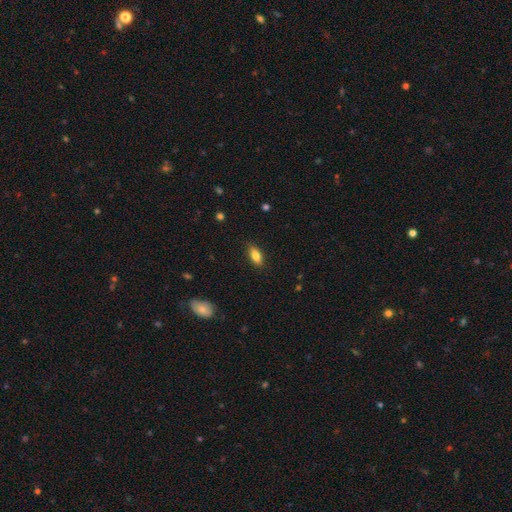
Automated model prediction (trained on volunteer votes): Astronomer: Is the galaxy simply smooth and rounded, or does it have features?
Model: smooth — 82%.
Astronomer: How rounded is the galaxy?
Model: in between — 83%.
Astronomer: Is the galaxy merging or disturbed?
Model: none — 84%.